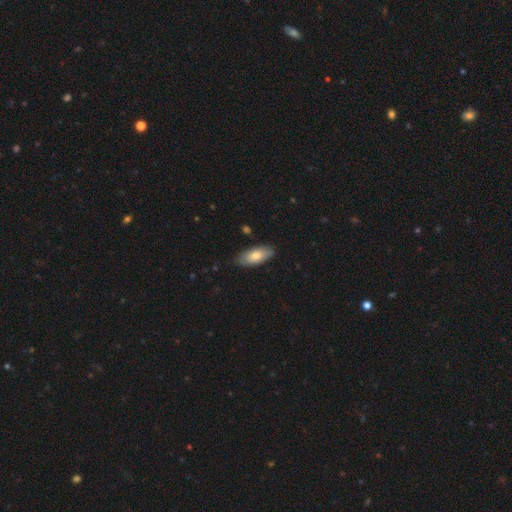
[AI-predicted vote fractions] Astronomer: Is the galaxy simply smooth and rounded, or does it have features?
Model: smooth — 78%.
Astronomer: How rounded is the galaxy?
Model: in between — 85%.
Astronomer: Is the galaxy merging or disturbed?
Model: none — 84%.